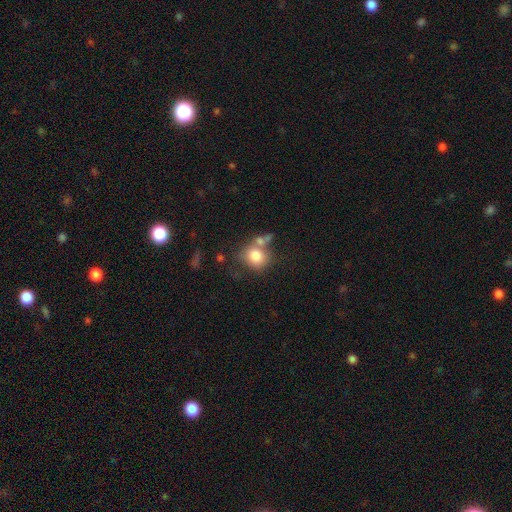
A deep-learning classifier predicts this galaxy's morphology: smooth_or_featured: smooth (p=0.80) [alt: featured or disk p=0.11]
how_rounded: round (p=0.73) [alt: in between p=0.26]
merging: none (p=0.47) [alt: merger p=0.29]